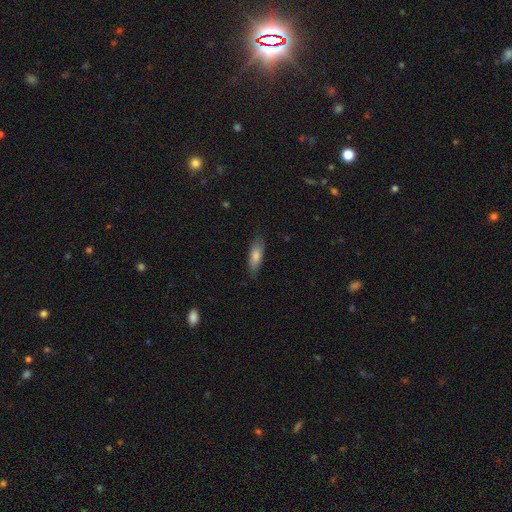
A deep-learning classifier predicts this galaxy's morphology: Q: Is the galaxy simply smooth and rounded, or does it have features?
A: smooth — 74%.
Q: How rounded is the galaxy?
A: in between — 59%.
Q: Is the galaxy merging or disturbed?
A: none — 81%.